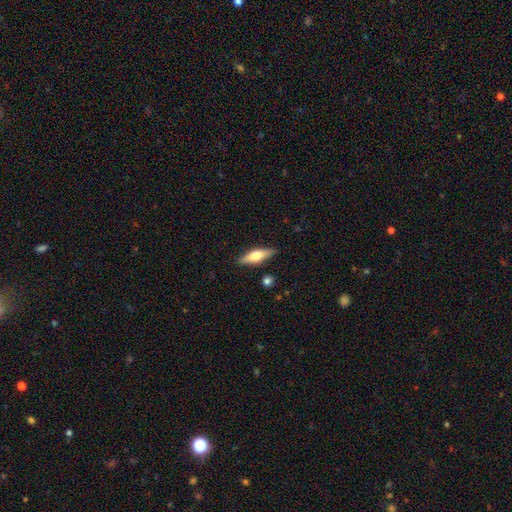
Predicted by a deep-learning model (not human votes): This appears to be a smooth galaxy with no disk features (51%) that is cigar-shaped (56%). Merging: none (85%).